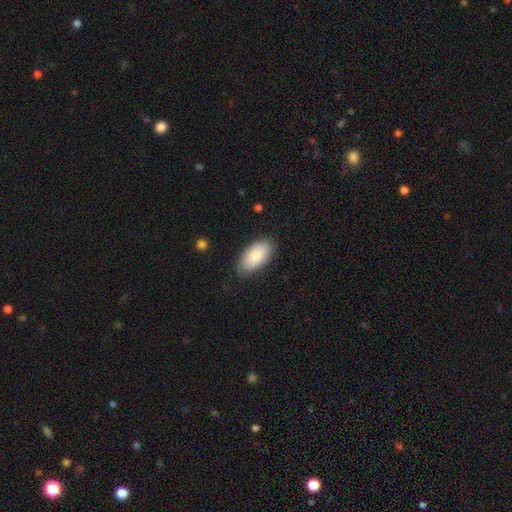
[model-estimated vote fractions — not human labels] Q: Smooth or featured?
A: smooth (84%); runner-up: featured or disk (10%)
Q: How rounded?
A: in between (95%); runner-up: cigar-shaped (3%)
Q: Merging?
A: none (84%); runner-up: minor disturbance (12%)